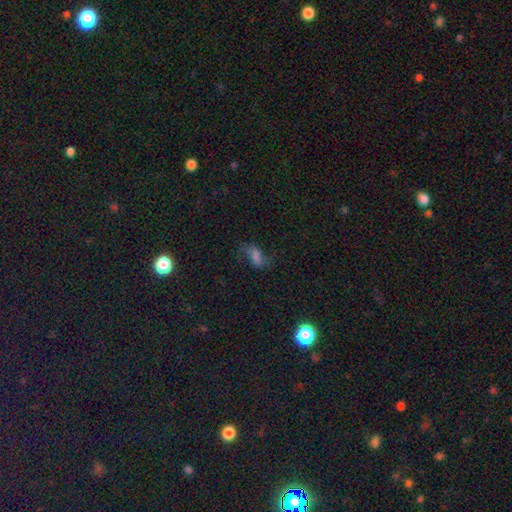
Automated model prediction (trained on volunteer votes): Smooth or featured? smooth (49%)
Merging? none (58%)